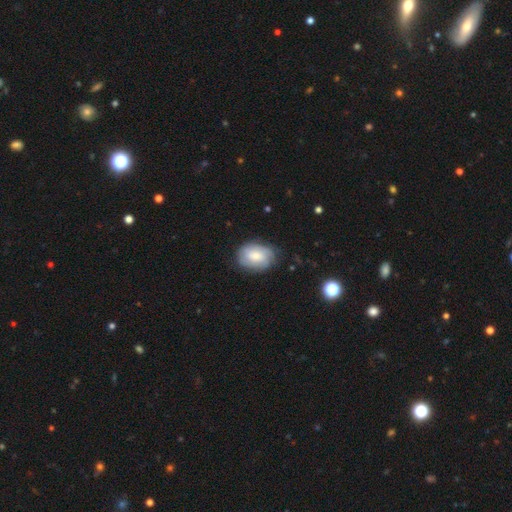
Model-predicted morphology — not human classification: type=smooth (55%); roundness=in between (75%); merging=none (71%).